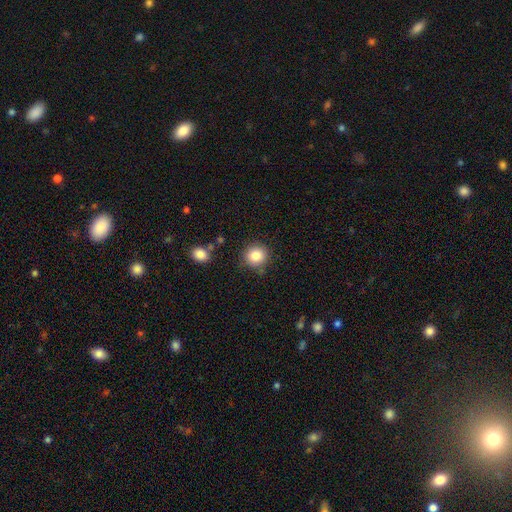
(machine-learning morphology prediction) Smooth or featured?
  - smooth: 84% *
  - star or artifact: 10%
  - featured or disk: 6%
How rounded?
  - round: 90% *
  - in between: 9%
  - cigar-shaped: 1%
Merging?
  - none: 83% *
  - minor disturbance: 11%
  - merger: 3%
  - major disturbance: 3%